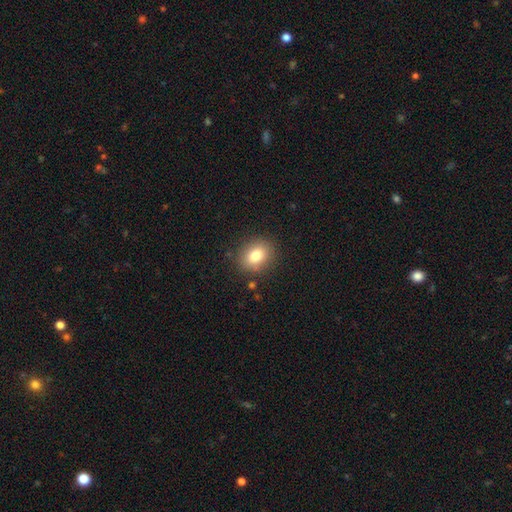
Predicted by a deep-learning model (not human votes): This appears to be a smooth galaxy with no disk features (81%) that is in between round and cigar-shaped (50%). Merging: none (86%).